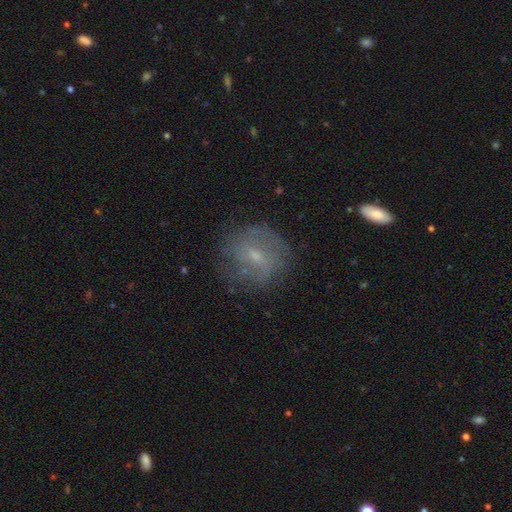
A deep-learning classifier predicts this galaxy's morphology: type=featured or disk (58%); edge-on=no (96%); bar=weak (51%); spiral arms=yes (74%); bulge=small (62%); merging=none (73%).